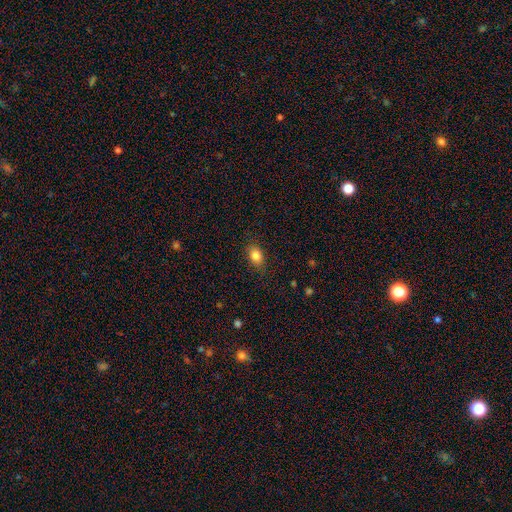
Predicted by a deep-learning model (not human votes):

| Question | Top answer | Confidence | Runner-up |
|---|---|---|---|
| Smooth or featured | smooth | 85% | star or artifact (9%) |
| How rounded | in between | 77% | round (21%) |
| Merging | none | 84% | minor disturbance (12%) |